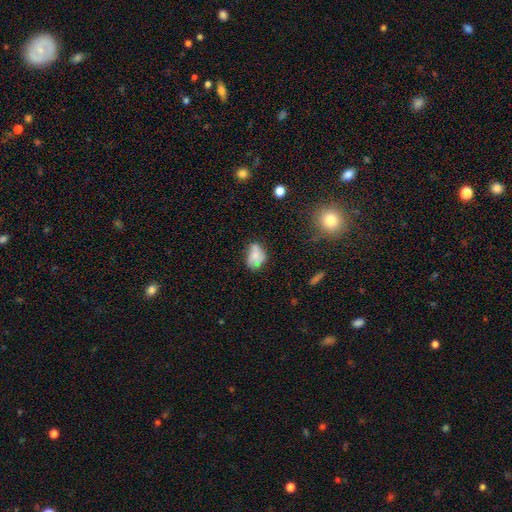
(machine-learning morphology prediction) A smooth galaxy with no disk features (65%) that is in between round and cigar-shaped (74%).

Vote fractions:
- Smooth or featured? smooth: 65% / featured or disk: 24% / star or artifact: 10%
- How rounded? in between: 74% / round: 25% / cigar-shaped: 2%
- Merging? none: 45% / minor disturbance: 35% / major disturbance: 13% / merger: 7%